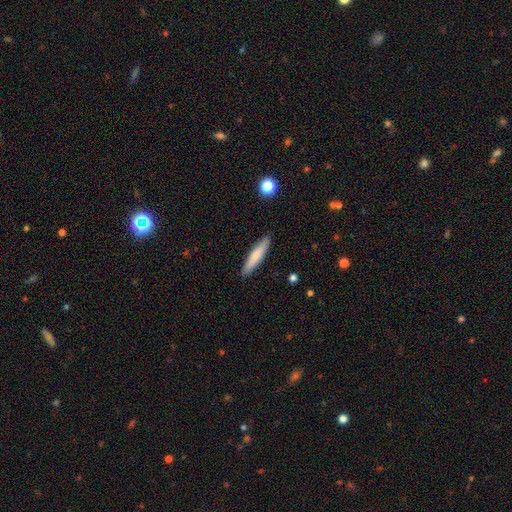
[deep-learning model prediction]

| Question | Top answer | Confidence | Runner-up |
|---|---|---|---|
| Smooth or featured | smooth | 75% | featured or disk (19%) |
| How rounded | cigar-shaped | 87% | in between (11%) |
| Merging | none | 90% | minor disturbance (7%) |